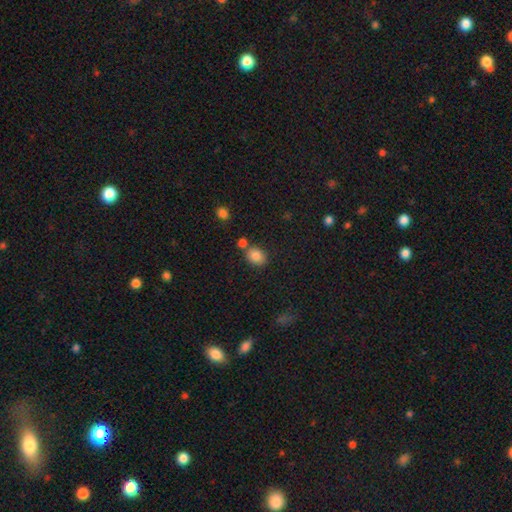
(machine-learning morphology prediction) A smooth galaxy with no disk features (84%) that is in between round and cigar-shaped (52%). Merging: none (69%).